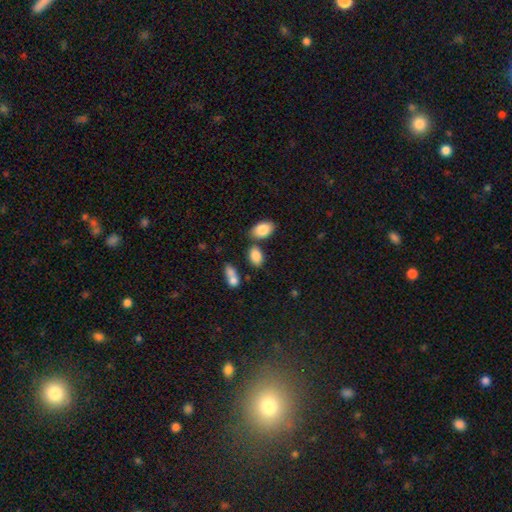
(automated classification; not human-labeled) A smooth galaxy with no disk features (85%) that is in between round and cigar-shaped (88%). Merging: none (62%).